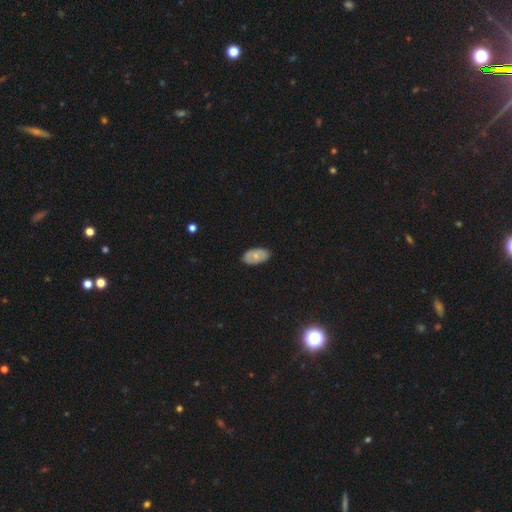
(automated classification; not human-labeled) Morphology: type=smooth (61%); roundness=in between (93%); merging=none (85%).